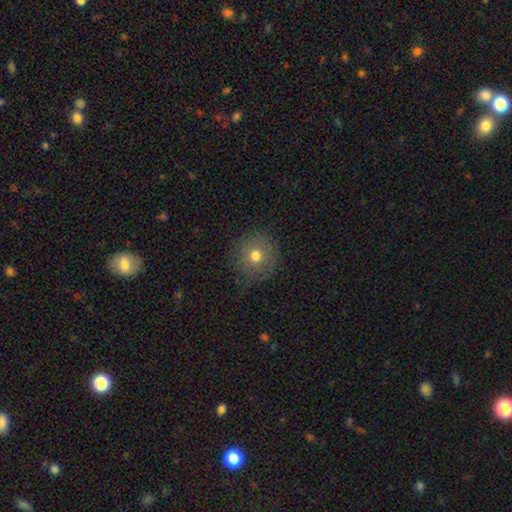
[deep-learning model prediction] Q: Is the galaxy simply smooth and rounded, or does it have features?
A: smooth — 71%.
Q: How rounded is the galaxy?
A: round — 92%.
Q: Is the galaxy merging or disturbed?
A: none — 82%.